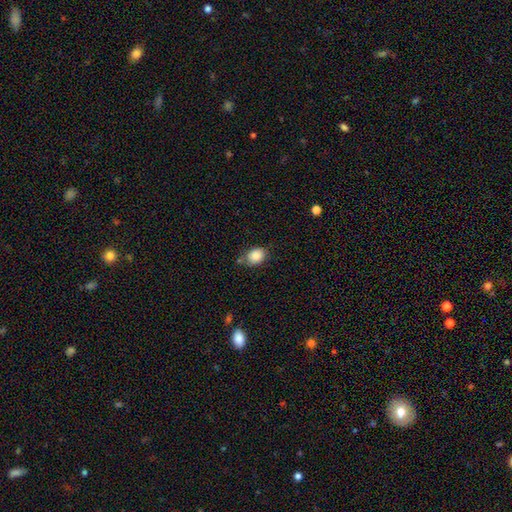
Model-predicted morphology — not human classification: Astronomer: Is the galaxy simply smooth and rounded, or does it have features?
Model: smooth — 87%.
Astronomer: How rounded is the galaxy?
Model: in between — 58% (runner-up: round, 41%).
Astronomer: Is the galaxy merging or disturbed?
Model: none — 69%.